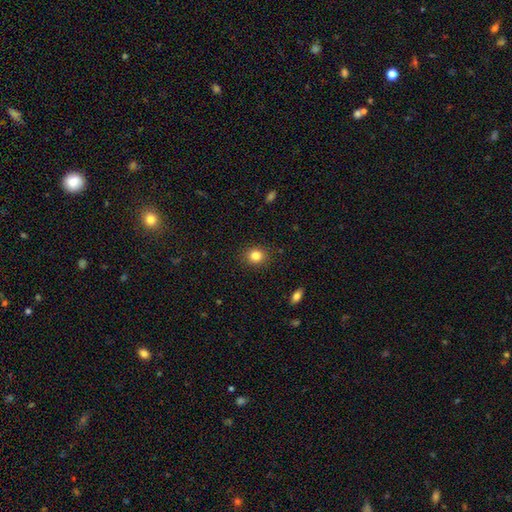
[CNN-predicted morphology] type=smooth (83%); roundness=round (80%); merging=none (90%).